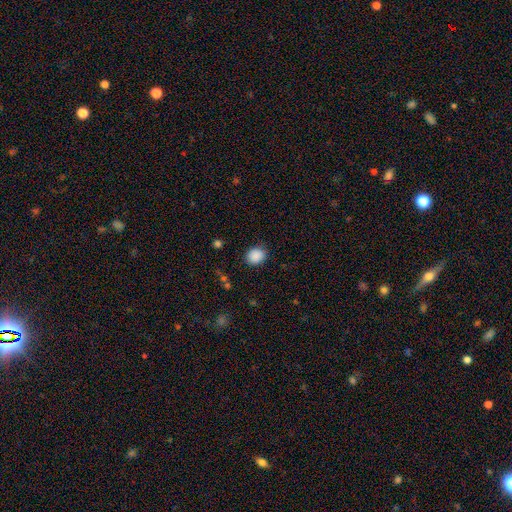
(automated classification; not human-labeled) Smooth or featured? Predicted: smooth (p=0.88). How rounded? Predicted: round (p=0.63). Merging? Predicted: none (p=0.85).